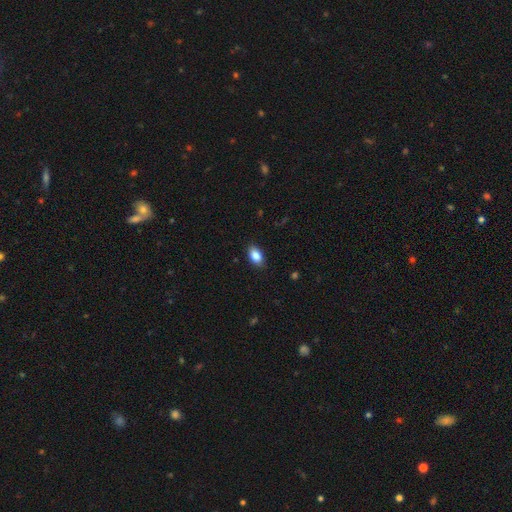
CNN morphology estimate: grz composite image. It shows a smooth galaxy with no disk features (87%) that is in between round and cigar-shaped (92%). Merging: none (87%).